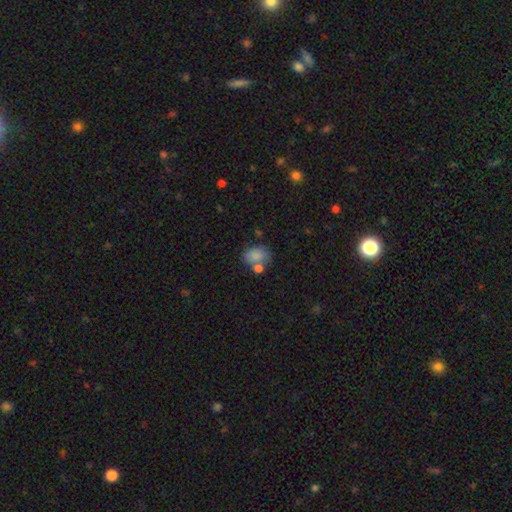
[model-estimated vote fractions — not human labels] A smooth galaxy with no disk features (82%) that is in between round and cigar-shaped (72%).

Vote fractions:
- Smooth or featured? smooth: 82% / featured or disk: 9% / star or artifact: 9%
- How rounded? in between: 72% / round: 27% / cigar-shaped: 1%
- Merging? none: 51% / merger: 24% / minor disturbance: 17% / major disturbance: 7%